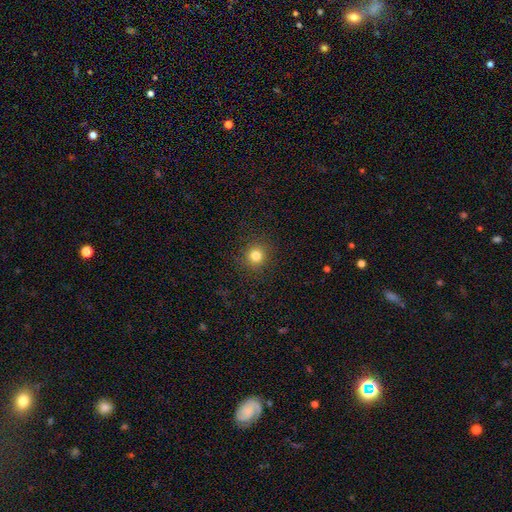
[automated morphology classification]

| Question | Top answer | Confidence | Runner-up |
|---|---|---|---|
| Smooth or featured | smooth | 81% | star or artifact (14%) |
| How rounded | round | 93% | in between (6%) |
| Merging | none | 90% | minor disturbance (6%) |